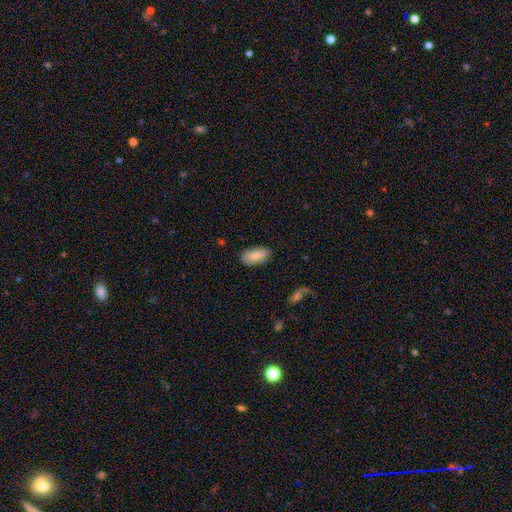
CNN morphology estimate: Overall: smooth (79%). How rounded: in between (93%). Merging: none (81%).